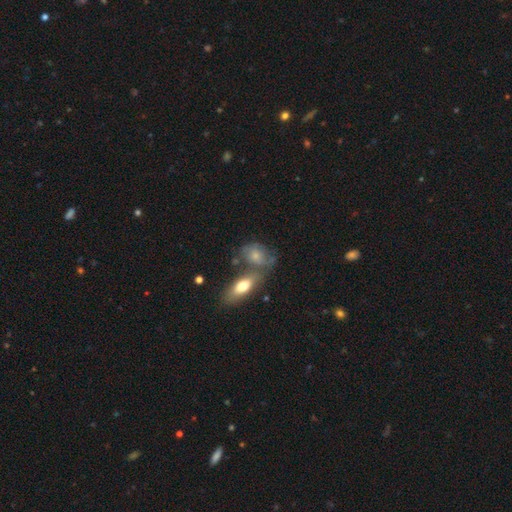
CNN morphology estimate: smooth-or-featured: smooth: 56% | featured or disk: 35% | star or artifact: 8%
  how-rounded: in between: 65% | round: 30% | cigar-shaped: 5%
  merging: none: 41% | merger: 30% | minor disturbance: 19% | major disturbance: 10%